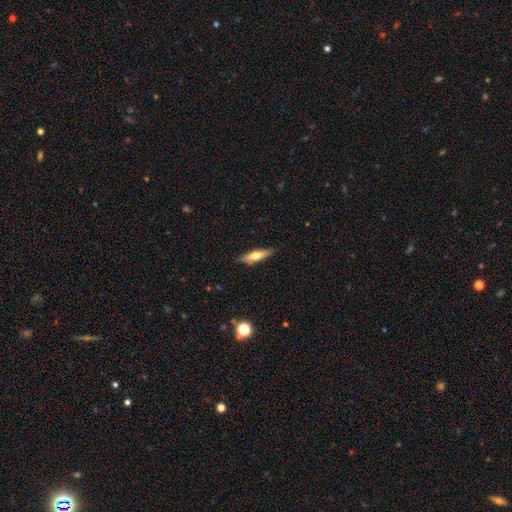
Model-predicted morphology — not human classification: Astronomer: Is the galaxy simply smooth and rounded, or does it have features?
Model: smooth — 60%.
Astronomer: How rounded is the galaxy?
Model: cigar-shaped — 65%.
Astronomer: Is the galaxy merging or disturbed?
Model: none — 83%.